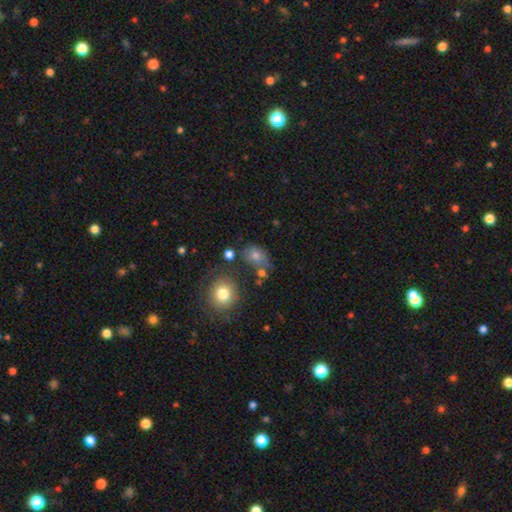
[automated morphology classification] smooth_or_featured: smooth (p=0.66) [alt: star or artifact p=0.18]
how_rounded: round (p=0.51) [alt: in between p=0.48]
merging: none (p=0.55) [alt: minor disturbance p=0.20]